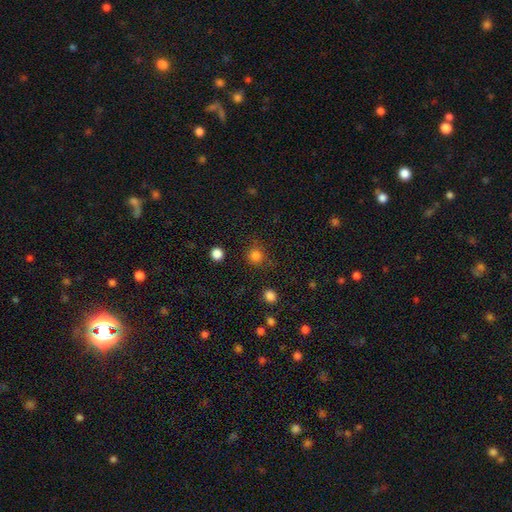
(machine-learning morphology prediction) smooth_or_featured: smooth (p=0.81) [alt: star or artifact p=0.15]
how_rounded: round (p=0.92) [alt: in between p=0.07]
merging: none (p=0.82) [alt: minor disturbance p=0.10]